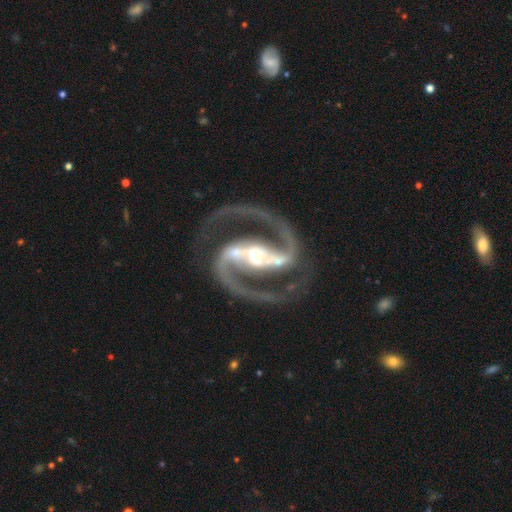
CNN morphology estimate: Smooth or featured?
  - featured or disk: 95% *
  - star or artifact: 4%
  - smooth: 2%
Edge-on disk?
  - no: 98% *
  - yes: 2%
Bar?
  - strong: 71% *
  - weak: 20%
  - no: 9%
Spiral arms?
  - yes: 99% *
  - no: 1%
Spiral winding?
  - medium: 71% *
  - tight: 20%
  - loose: 9%
Spiral arm count?
  - 2: 94% *
  - 3: 2%
  - can't tell: 1%
  - 1: 1%
  - 4: 1%
  - more than 4: 1%
Bulge size?
  - moderate: 62% *
  - small: 25%
  - large: 10%
  - none: 2%
  - dominant: 1%
Merging?
  - none: 82% *
  - minor disturbance: 10%
  - major disturbance: 5%
  - merger: 2%